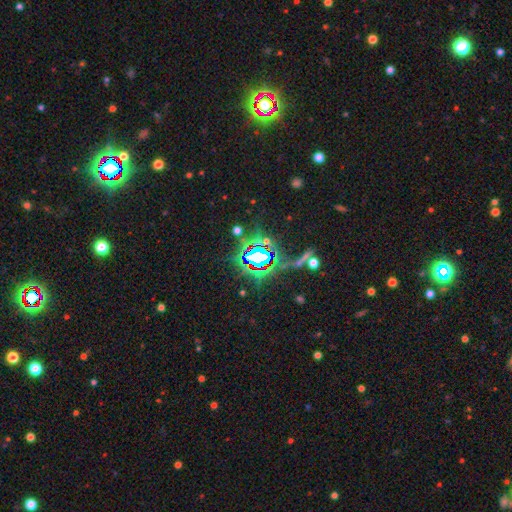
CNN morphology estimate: The model was most divided on "smooth or featured": star or artifact: 75%, smooth: 12%, featured or disk: 12%.